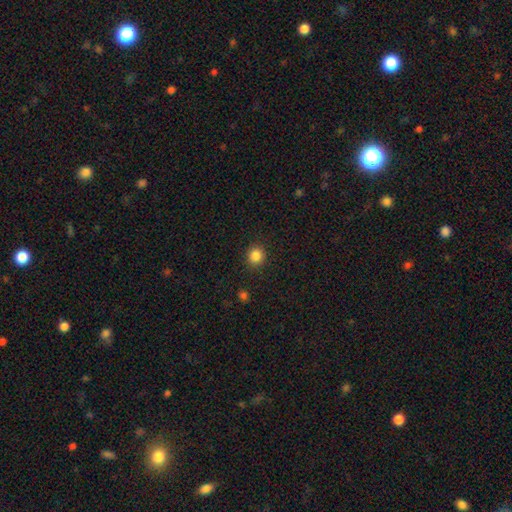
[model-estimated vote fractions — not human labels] Smooth or featured? smooth (85%)
How rounded? round (89%)
Merging? none (90%)